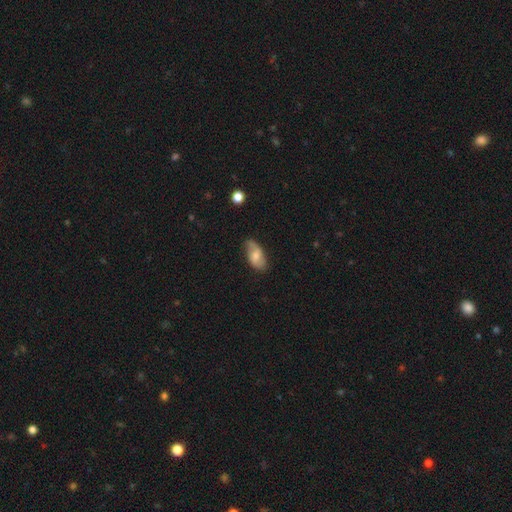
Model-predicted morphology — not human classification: The model was most divided on "smooth or featured": smooth: 55%, featured or disk: 38%, star or artifact: 7%. More confident: how rounded — in between (91%); merging — none (67%).